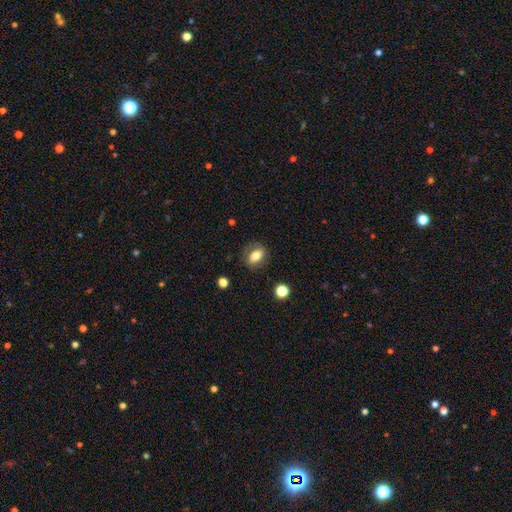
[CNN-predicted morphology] This appears to be a smooth galaxy with no disk features (69%) that is in between round and cigar-shaped (73%). Merging: none (80%).